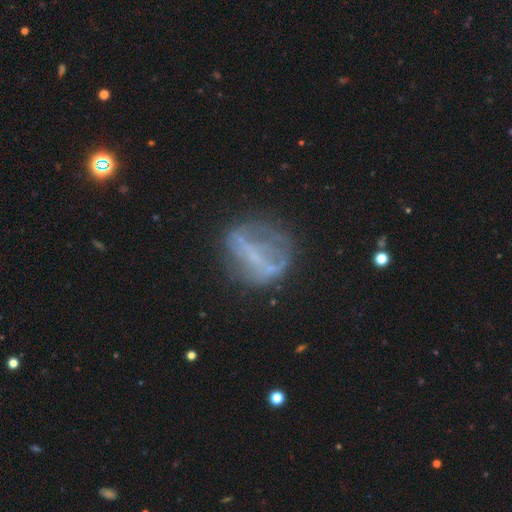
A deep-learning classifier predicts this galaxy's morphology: Smooth or featured?
  - featured or disk: 58% *
  - smooth: 27%
  - star or artifact: 15%
Edge-on disk?
  - no: 92% *
  - yes: 8%
Bar?
  - no: 43% *
  - strong: 32%
  - weak: 25%
Spiral arms?
  - no: 76% *
  - yes: 24%
Bulge size?
  - none: 53% *
  - small: 37%
  - moderate: 7%
  - large: 1%
  - dominant: 1%
Merging?
  - none: 56% *
  - minor disturbance: 21%
  - major disturbance: 20%
  - merger: 4%